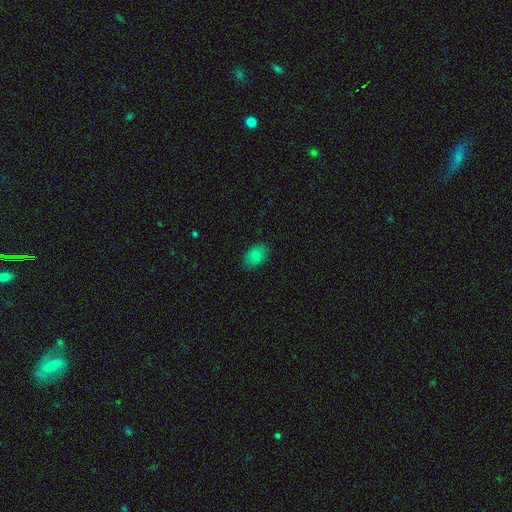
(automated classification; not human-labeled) This is clearly a smooth galaxy (82%). How rounded: likely in between (79%). Merging: clearly none (83%).